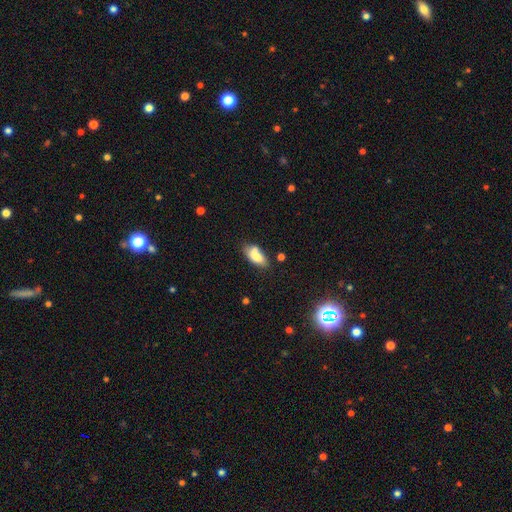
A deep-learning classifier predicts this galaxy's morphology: A smooth galaxy with no disk features (74%) that is in between round and cigar-shaped (86%). Merging: none (50%).